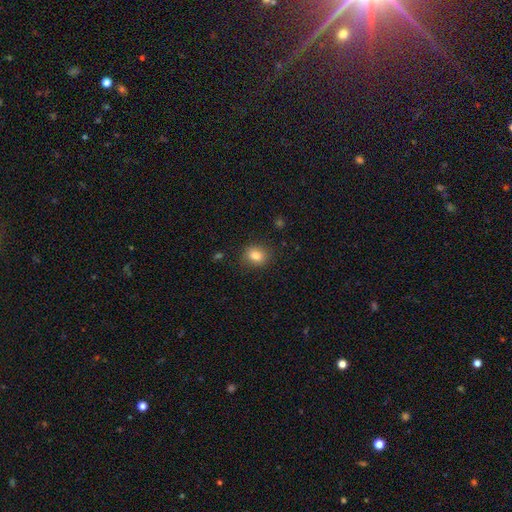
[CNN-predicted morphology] Overall: smooth (82%). How rounded: round (60%; in between 39%). Merging: none (85%).